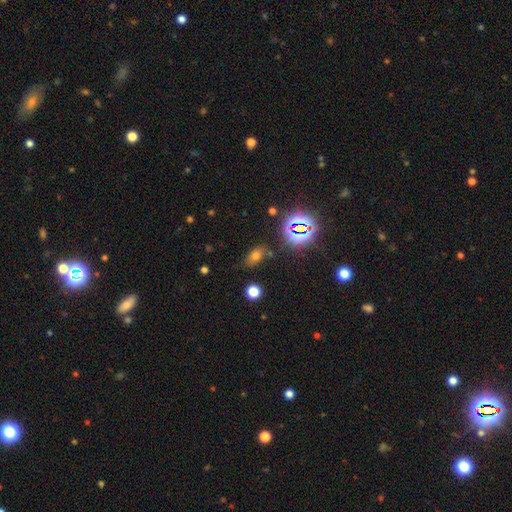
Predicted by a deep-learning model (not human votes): This appears to be a smooth galaxy with no disk features (62%) that is in between round and cigar-shaped (81%). Merging: none (77%).